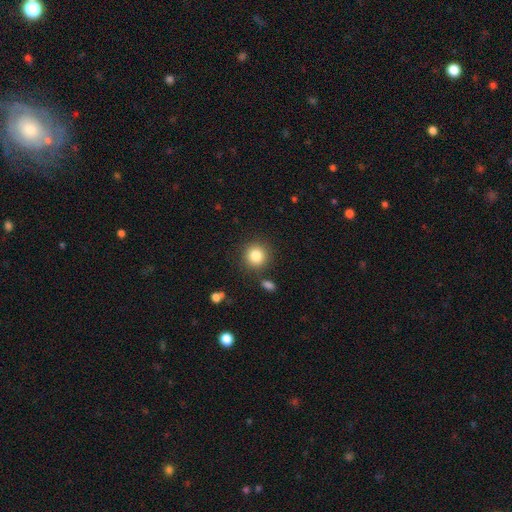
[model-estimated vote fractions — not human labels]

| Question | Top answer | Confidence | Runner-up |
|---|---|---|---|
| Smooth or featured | smooth | 84% | star or artifact (10%) |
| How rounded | round | 92% | in between (7%) |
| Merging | none | 85% | minor disturbance (8%) |